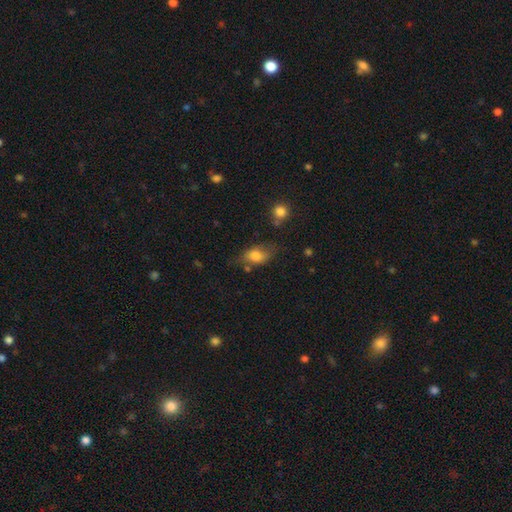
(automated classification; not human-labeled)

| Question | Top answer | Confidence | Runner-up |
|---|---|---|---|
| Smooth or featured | smooth | 74% | featured or disk (17%) |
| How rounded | in between | 83% | round (13%) |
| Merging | none | 56% | minor disturbance (27%) |